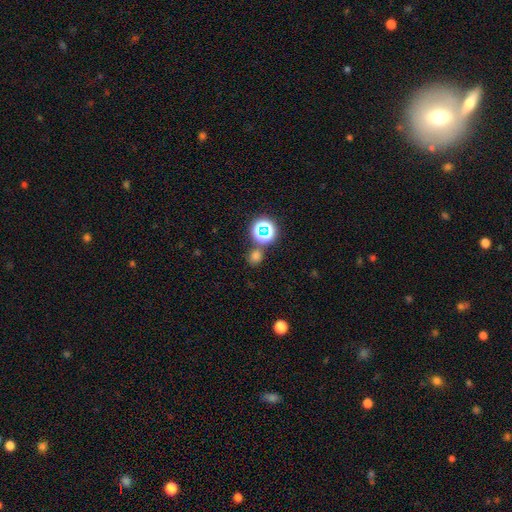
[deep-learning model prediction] Overall: smooth (64%; star or artifact 30%). How rounded: round (79%). Merging: none (74%).